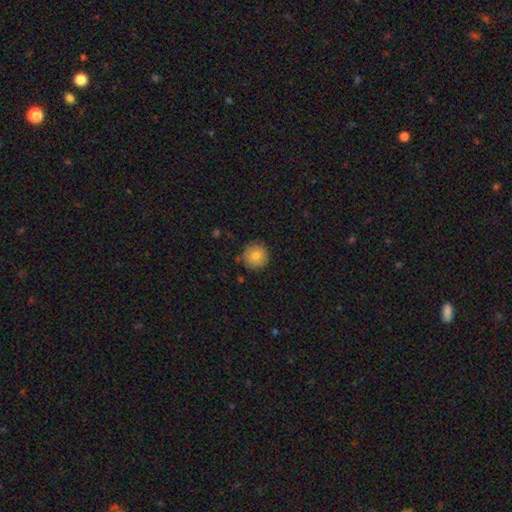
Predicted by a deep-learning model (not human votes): Overall: smooth (80%). How rounded: round (95%). Merging: none (87%).